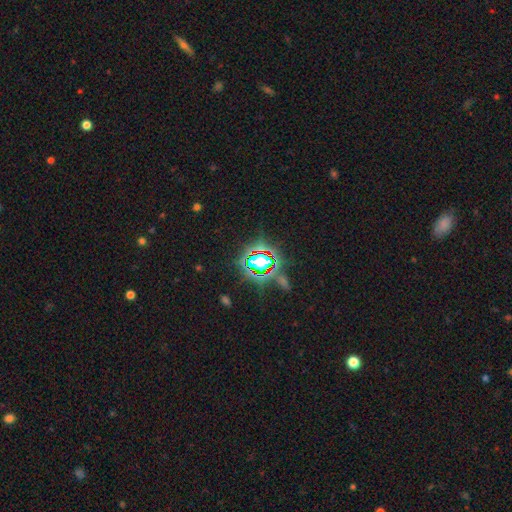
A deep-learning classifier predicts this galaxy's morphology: smooth_or_featured: star or artifact (p=0.80) [alt: smooth p=0.12]